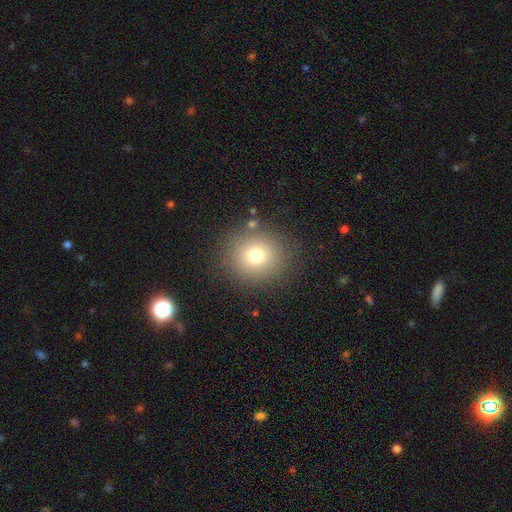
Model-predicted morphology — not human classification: smooth 74%, star or artifact 15%, featured or disk 11%. Down the decision tree: how rounded — round (89%); merging — none (86%).